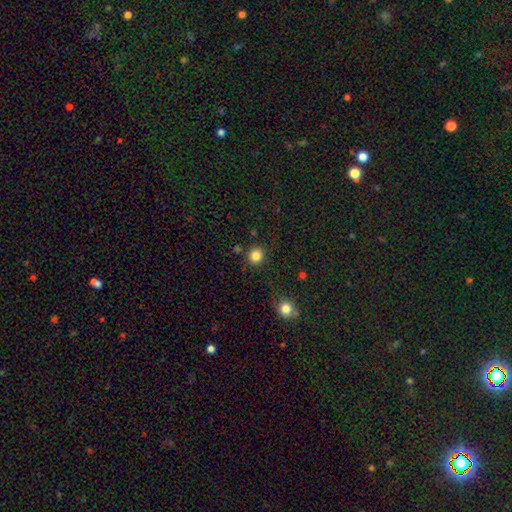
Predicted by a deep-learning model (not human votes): Q: Smooth or featured?
A: smooth (85%); runner-up: star or artifact (12%)
Q: How rounded?
A: round (88%); runner-up: in between (11%)
Q: Merging?
A: none (86%); runner-up: minor disturbance (8%)